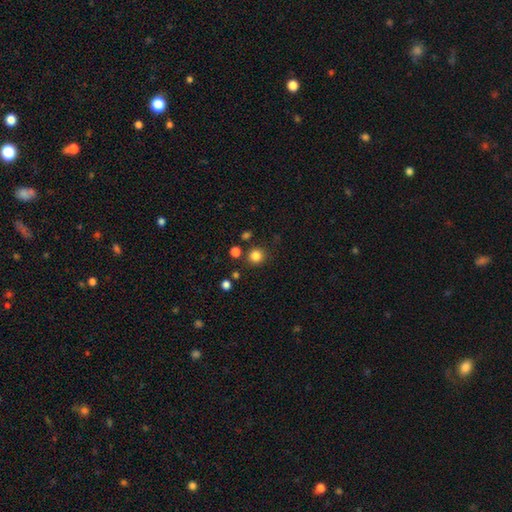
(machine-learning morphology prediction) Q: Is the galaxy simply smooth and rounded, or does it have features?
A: smooth — 83%.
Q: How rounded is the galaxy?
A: round — 92%.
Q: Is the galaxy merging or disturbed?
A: none — 84%.